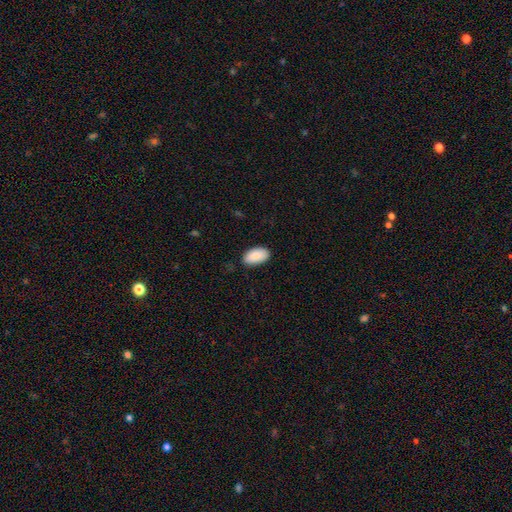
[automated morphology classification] Overall: smooth (89%). How rounded: in between (95%). Merging: none (84%).